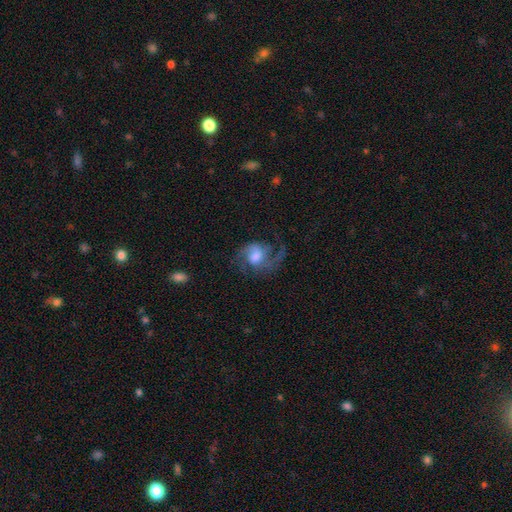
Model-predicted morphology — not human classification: The model was most divided on "bulge size": moderate: 41%, large: 35%, small: 12%, none: 8%, dominant: 4%. Remaining: edge-on disk — no (98%); spiral arms — yes (95%); smooth or featured — featured or disk (78%); spiral arm count — 2 (73%); merging — none (58%); bar — no (54%); spiral winding — medium (49%).